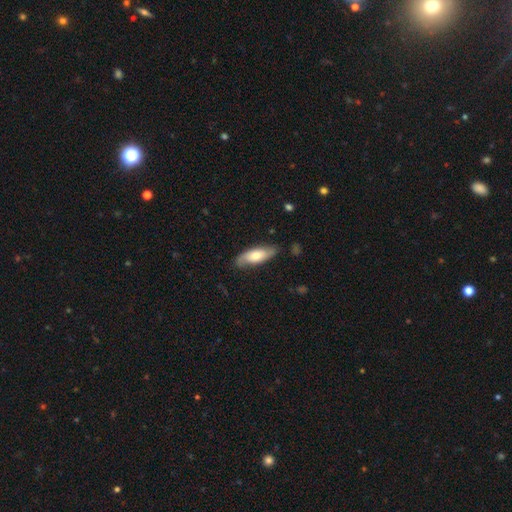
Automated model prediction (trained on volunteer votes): Smooth or featured: smooth — 60% (featured or disk — 34%)
How rounded: in between — 67% (cigar-shaped — 30%)
Merging: none — 78% (minor disturbance — 18%)